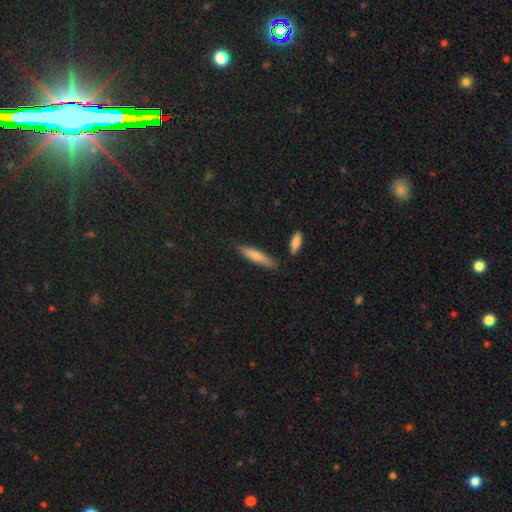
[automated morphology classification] Smooth or featured? smooth (78%)
How rounded? cigar-shaped (80%)
Merging? none (81%)